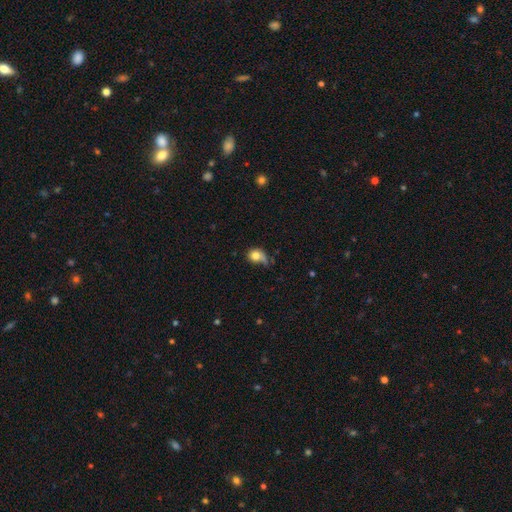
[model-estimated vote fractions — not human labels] smooth 75%, featured or disk 15%, star or artifact 10%. Down the decision tree: how rounded — round (64%); merging — none (38%).